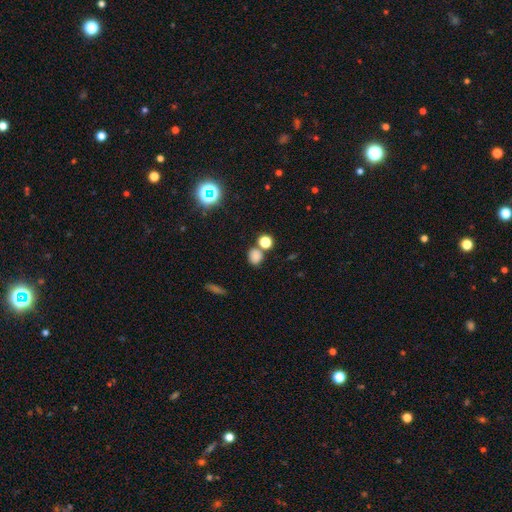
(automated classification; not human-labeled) Morphology: type=smooth (77%); roundness=round (64%); merging=none (65%).